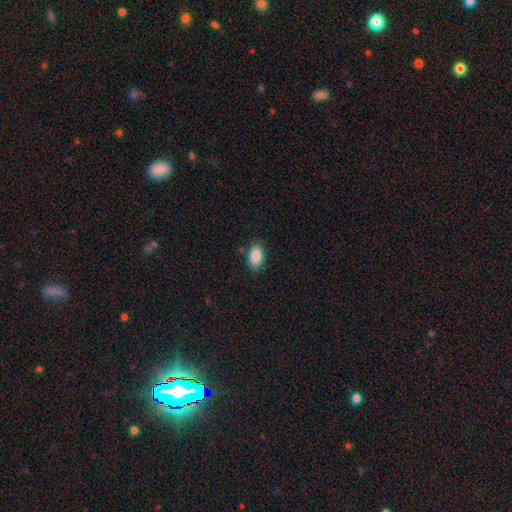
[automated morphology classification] type=smooth (86%); roundness=in between (92%); merging=none (84%).